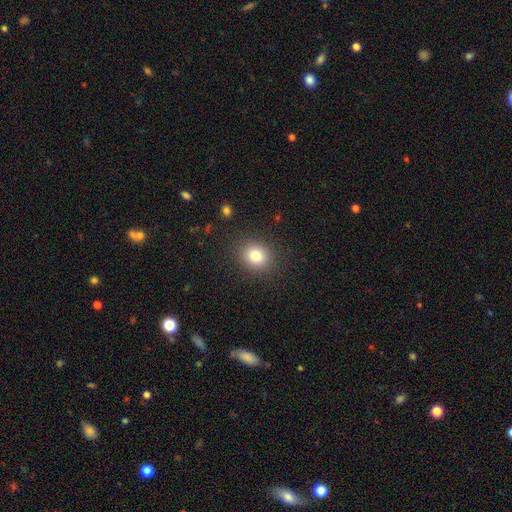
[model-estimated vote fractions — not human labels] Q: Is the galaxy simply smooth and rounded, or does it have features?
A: smooth — 80%.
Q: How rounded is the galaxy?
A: round — 74%.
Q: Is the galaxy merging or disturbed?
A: none — 88%.